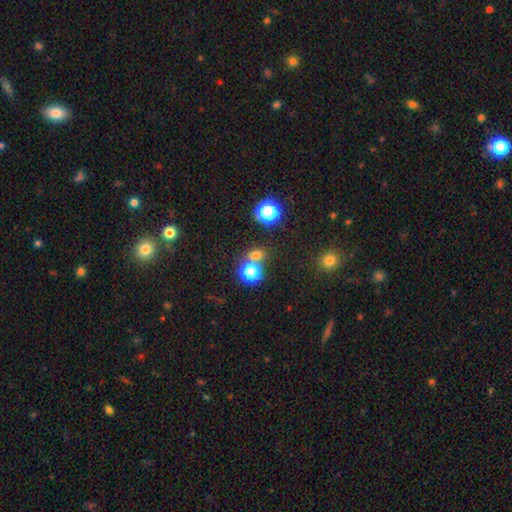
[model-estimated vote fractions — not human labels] Q: Smooth or featured?
A: smooth (69%); runner-up: star or artifact (23%)
Q: How rounded?
A: round (72%); runner-up: in between (27%)
Q: Merging?
A: none (52%); runner-up: merger (37%)